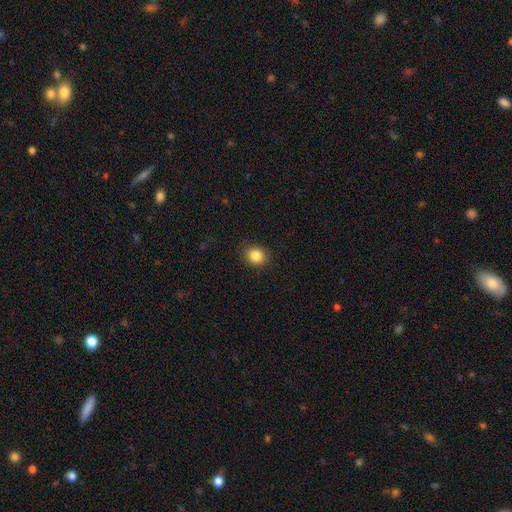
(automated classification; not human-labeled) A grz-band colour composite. It shows a smooth galaxy with no disk features (85%) that is round (72%). Merging: none (88%).